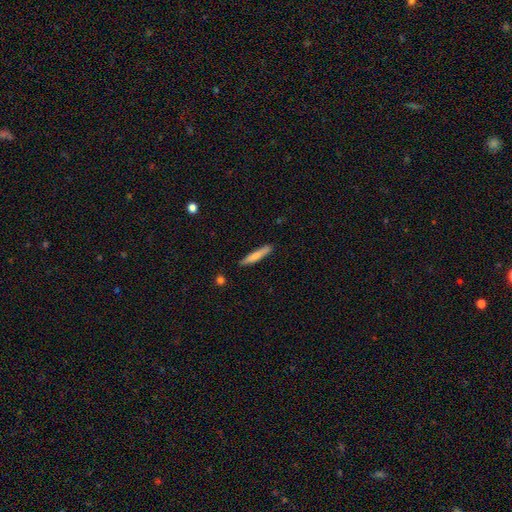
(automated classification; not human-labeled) Morphology: type=smooth (74%); roundness=cigar-shaped (92%); merging=none (87%).